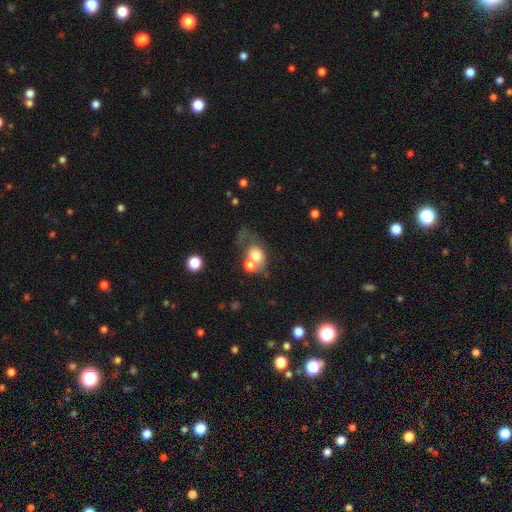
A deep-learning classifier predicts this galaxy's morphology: This is likely a smooth galaxy (68%). How rounded: possibly in between (53%). Merging: possibly merger (47%).